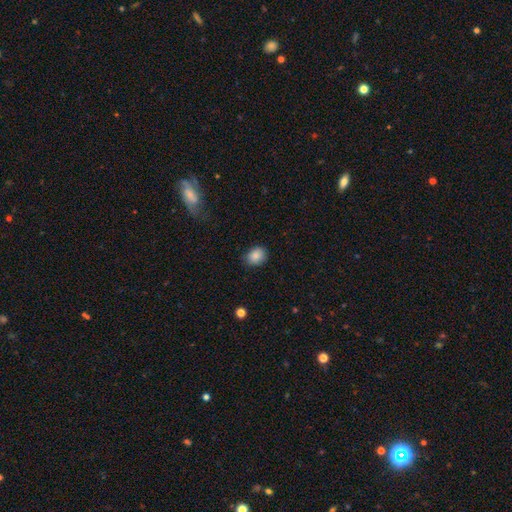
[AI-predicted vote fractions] Smooth or featured? Predicted: smooth (p=0.86). How rounded? Predicted: round (p=0.51). Merging? Predicted: none (p=0.79).